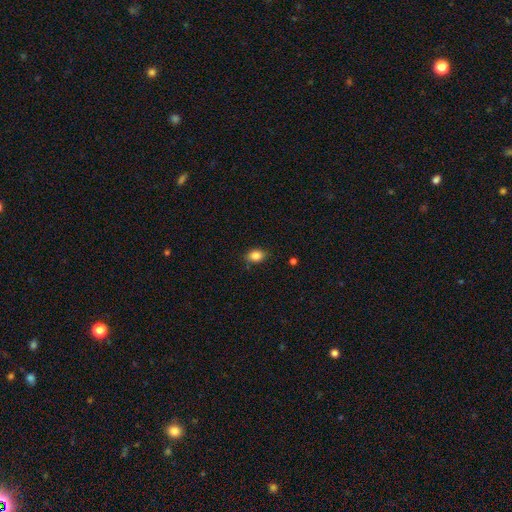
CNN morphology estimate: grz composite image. It shows a smooth galaxy with no disk features (86%) that is in between round and cigar-shaped (75%). Merging: none (83%).